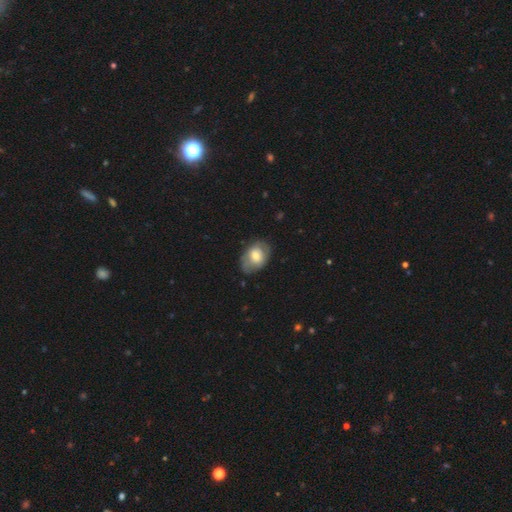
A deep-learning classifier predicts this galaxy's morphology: This is possibly a smooth galaxy (60%). How rounded: likely in between (77%). Merging: likely none (69%).